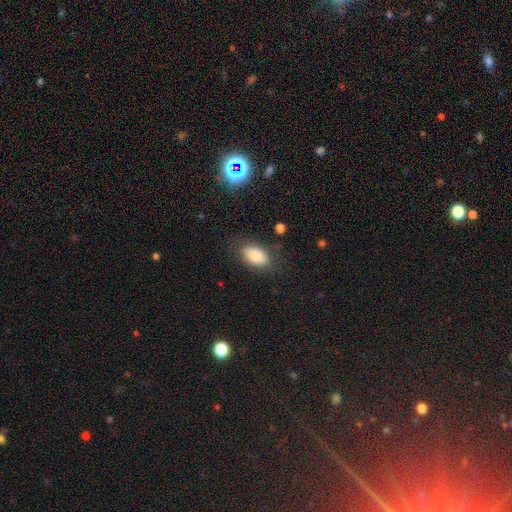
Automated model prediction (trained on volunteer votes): Morphology: type=smooth (84%); roundness=in between (92%); merging=none (78%).